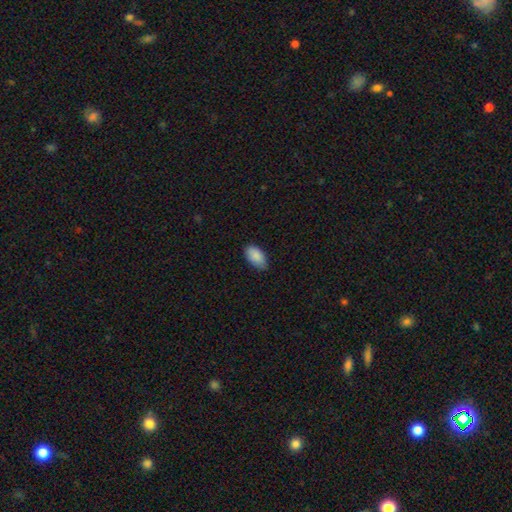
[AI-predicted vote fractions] Q: Smooth or featured?
A: smooth (89%); runner-up: star or artifact (6%)
Q: How rounded?
A: in between (94%); runner-up: round (4%)
Q: Merging?
A: none (76%); runner-up: minor disturbance (21%)